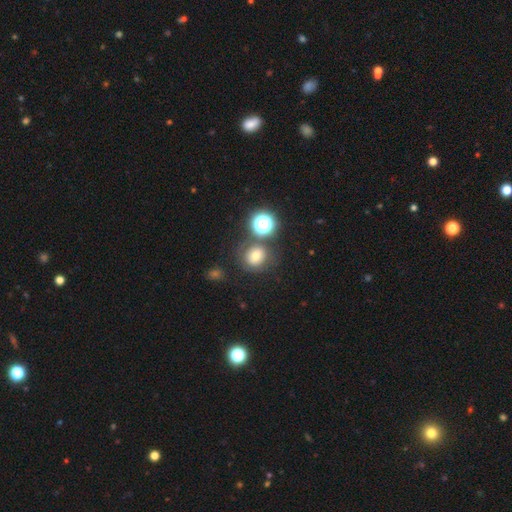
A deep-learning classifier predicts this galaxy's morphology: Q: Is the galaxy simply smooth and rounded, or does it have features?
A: smooth — 65%.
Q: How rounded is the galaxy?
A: round — 84%.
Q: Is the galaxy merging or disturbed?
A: none — 69%.